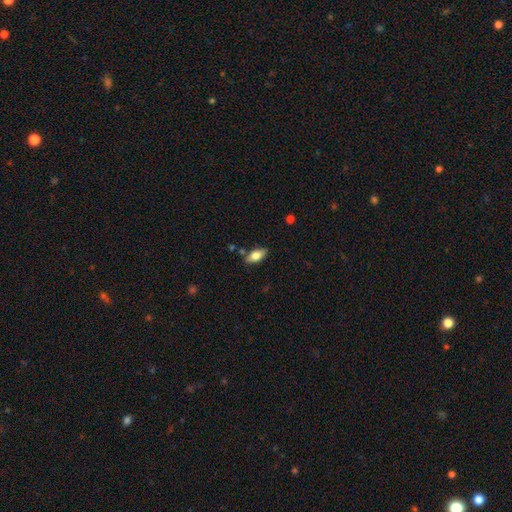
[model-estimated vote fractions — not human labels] Overall: smooth (74%). How rounded: in between (88%). Merging: none (80%).